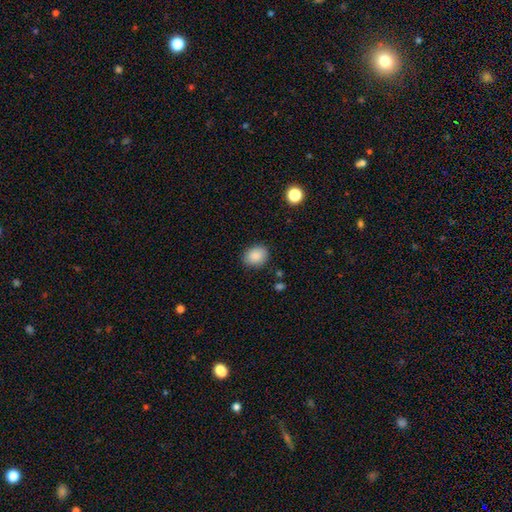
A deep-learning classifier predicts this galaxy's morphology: Smooth or featured?
  - smooth: 88% *
  - star or artifact: 8%
  - featured or disk: 4%
How rounded?
  - round: 55% *
  - in between: 44%
  - cigar-shaped: 1%
Merging?
  - none: 85% *
  - minor disturbance: 11%
  - major disturbance: 3%
  - merger: 1%